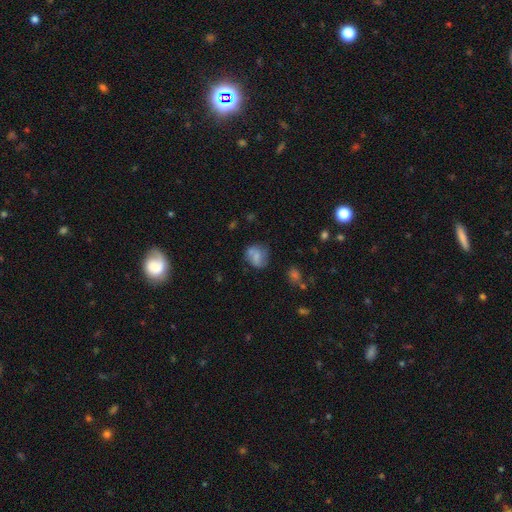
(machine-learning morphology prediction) Smooth or featured? Predicted: smooth (p=0.62). How rounded? Predicted: round (p=0.60). Merging? Predicted: none (p=0.52).